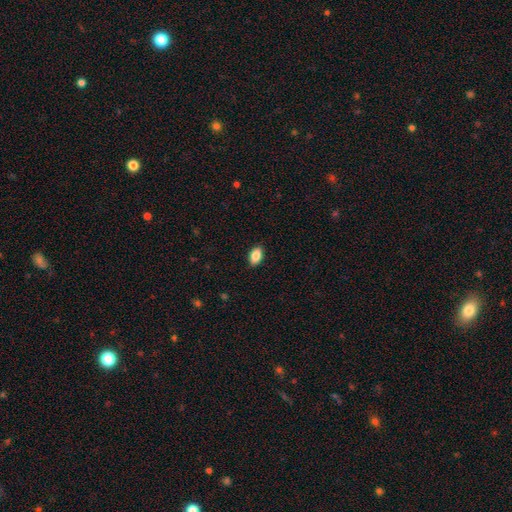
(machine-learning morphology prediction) smooth 86%, star or artifact 7%, featured or disk 6%. Down the decision tree: how rounded — in between (91%); merging — none (88%).